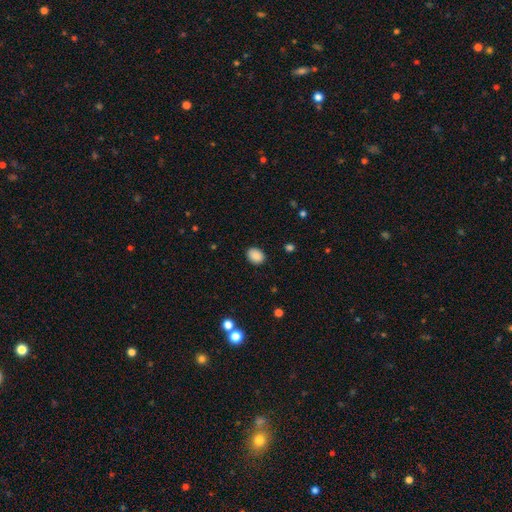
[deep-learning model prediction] A smooth galaxy with no disk features (88%) that is in between round and cigar-shaped (62%). Merging: none (88%).